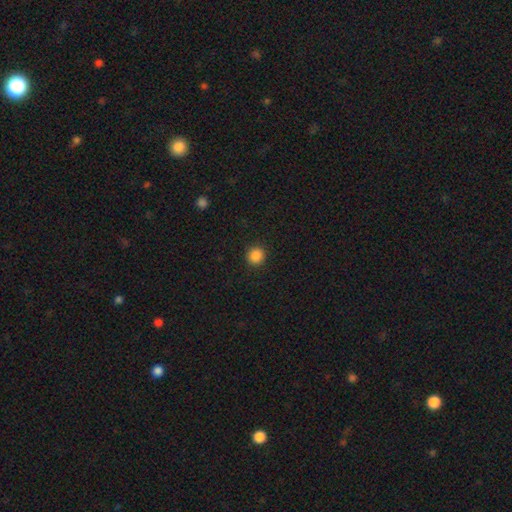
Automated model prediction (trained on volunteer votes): Overall: smooth (87%). How rounded: round (92%). Merging: none (92%).